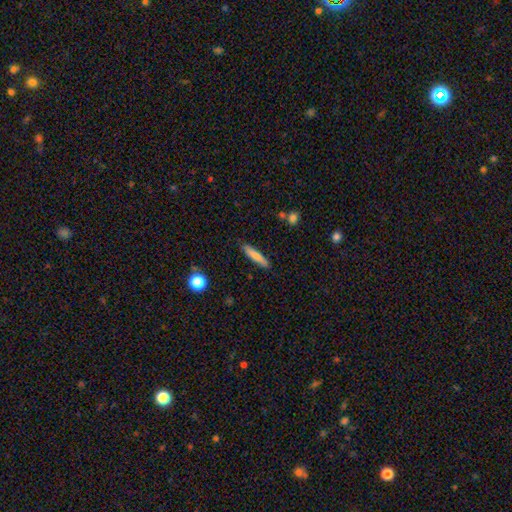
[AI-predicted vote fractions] Smooth or featured: smooth — 75% (featured or disk — 19%)
How rounded: cigar-shaped — 87% (in between — 11%)
Merging: none — 85% (minor disturbance — 11%)